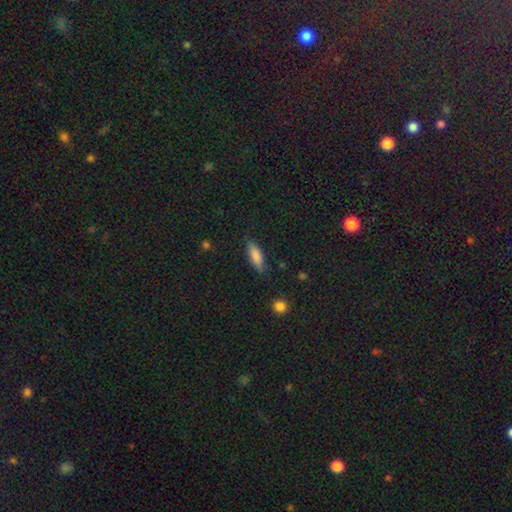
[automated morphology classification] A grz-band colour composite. It shows a smooth galaxy with no disk features (82%) that is in between round and cigar-shaped (55%). Merging: none (82%).